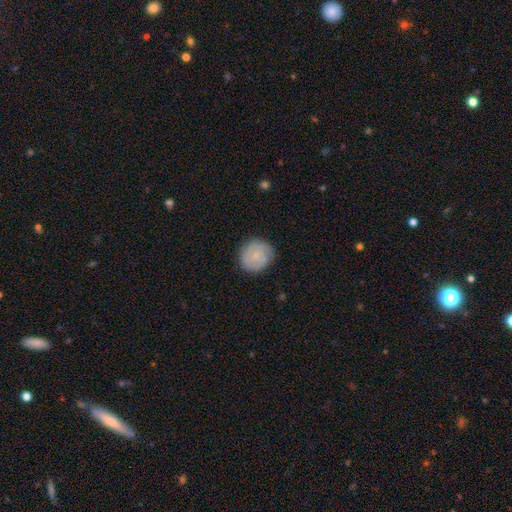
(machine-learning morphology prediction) Smooth or featured? smooth (61%)
How rounded? round (88%)
Merging? none (82%)